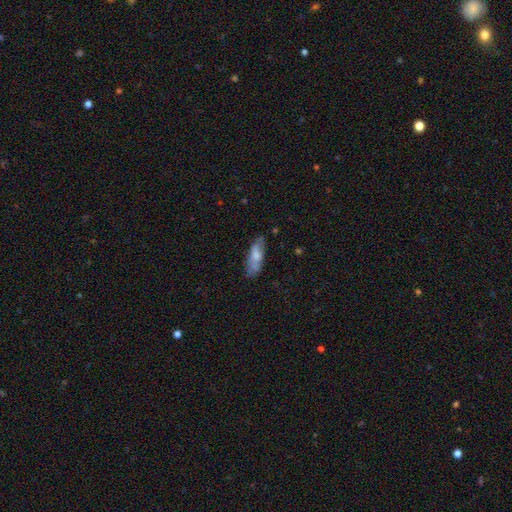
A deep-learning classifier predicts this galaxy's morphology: Smooth or featured? smooth (63%)
How rounded? in between (62%)
Merging? none (65%)